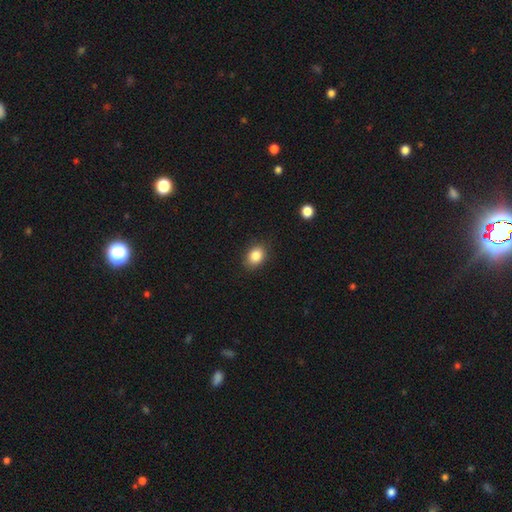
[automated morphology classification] A smooth galaxy with no disk features (85%) that is in between round and cigar-shaped (67%).

Vote fractions:
- Smooth or featured? smooth: 85% / star or artifact: 9% / featured or disk: 6%
- How rounded? in between: 67% / round: 32% / cigar-shaped: 1%
- Merging? none: 85% / minor disturbance: 11% / major disturbance: 3% / merger: 1%